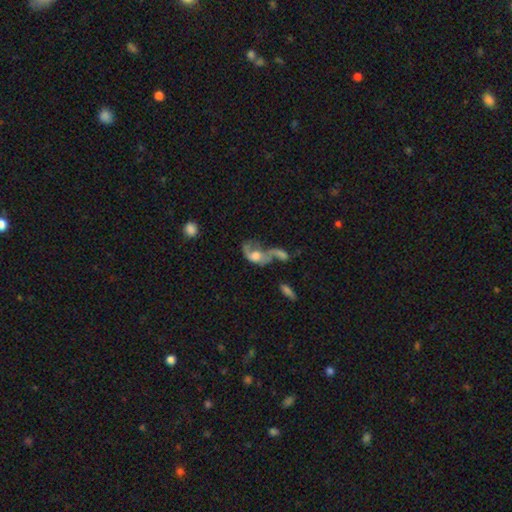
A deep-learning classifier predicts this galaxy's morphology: smooth-or-featured: featured or disk: 59% | smooth: 31% | star or artifact: 10%
  disk-edge-on: no: 94% | yes: 6%
    bar: no: 74% | weak: 21% | strong: 5%
    has-spiral-arms: yes: 65% | no: 35%
    bulge-size: moderate: 39% | large: 34% | none: 12% | small: 11% | dominant: 4%
  merging: merger: 53% | major disturbance: 26% | none: 13% | minor disturbance: 8%